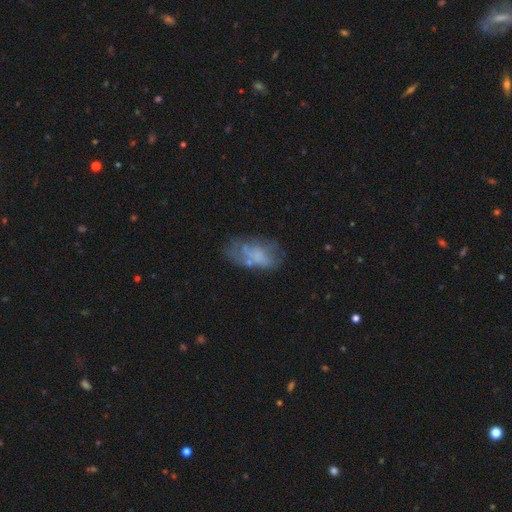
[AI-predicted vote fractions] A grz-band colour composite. It shows a featured or disk galaxy (45%). Merging: none (44%).